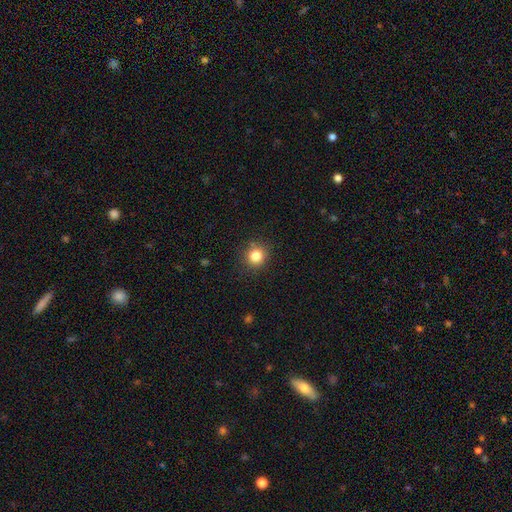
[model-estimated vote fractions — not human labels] smooth-or-featured: smooth: 83% | star or artifact: 12% | featured or disk: 5%
  how-rounded: round: 89% | in between: 11% | cigar-shaped: 1%
  merging: none: 87% | minor disturbance: 9% | major disturbance: 3% | merger: 2%